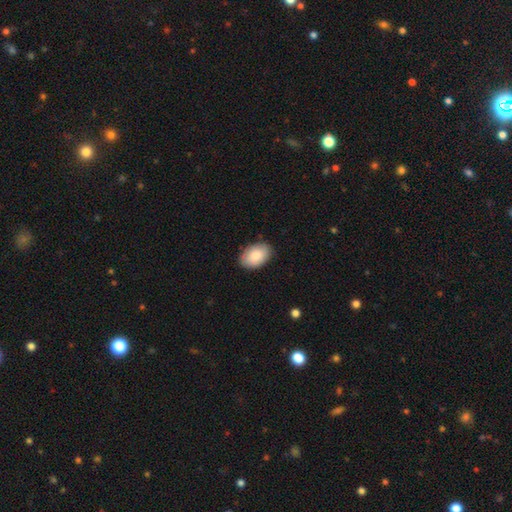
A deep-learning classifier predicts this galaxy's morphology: Q: Smooth or featured?
A: smooth (87%); runner-up: featured or disk (8%)
Q: How rounded?
A: in between (90%); runner-up: round (9%)
Q: Merging?
A: none (85%); runner-up: minor disturbance (11%)